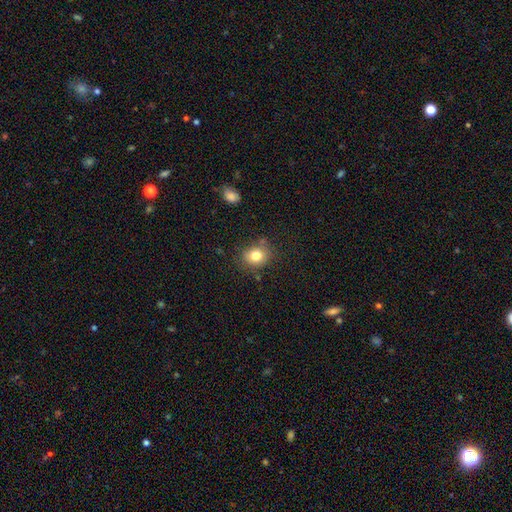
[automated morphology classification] A smooth galaxy with no disk features (80%) that is round (65%). Merging: none (77%).